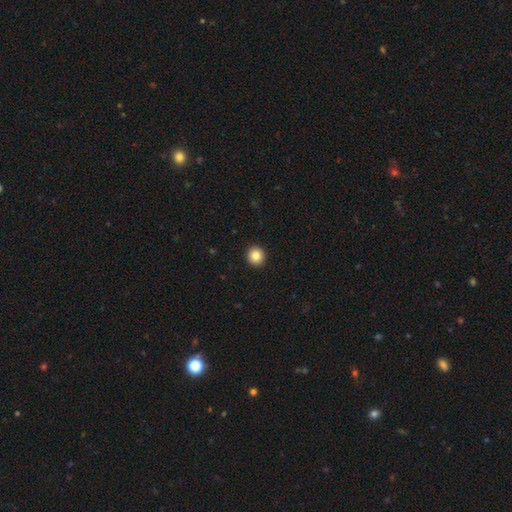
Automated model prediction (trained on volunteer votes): Smooth or featured? Predicted: smooth (p=0.84). How rounded? Predicted: round (p=0.95). Merging? Predicted: none (p=0.94).